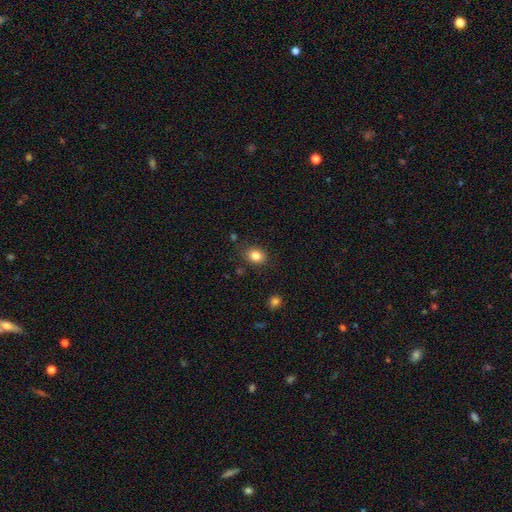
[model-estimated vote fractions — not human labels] Smooth or featured? smooth (83%)
How rounded? in between (57%)
Merging? none (83%)